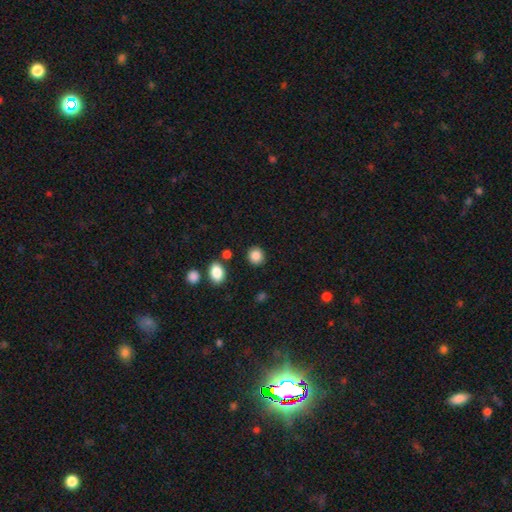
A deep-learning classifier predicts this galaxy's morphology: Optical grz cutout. It shows a smooth galaxy with no disk features (87%) that is round (83%). Merging: none (87%).